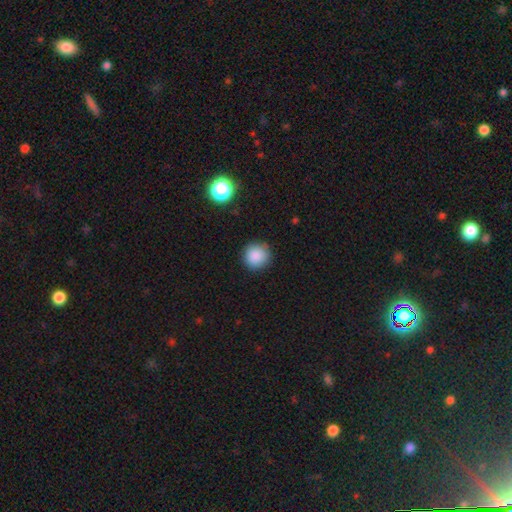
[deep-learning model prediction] smooth 87%, star or artifact 10%, featured or disk 3%. Down the decision tree: how rounded — round (94%); merging — none (89%).